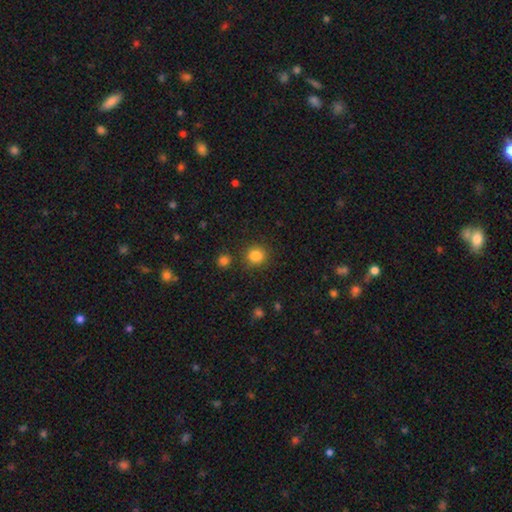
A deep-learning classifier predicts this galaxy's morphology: This is clearly a smooth galaxy (84%). How rounded: clearly round (87%). Merging: clearly none (85%).